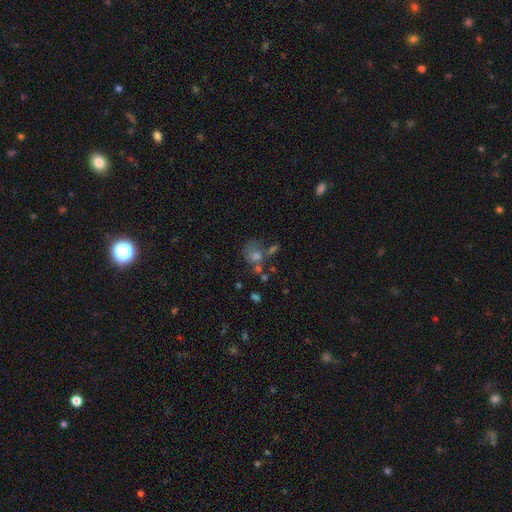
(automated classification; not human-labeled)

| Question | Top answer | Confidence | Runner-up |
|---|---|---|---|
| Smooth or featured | smooth | 53% | featured or disk (25%) |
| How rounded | round | 66% | in between (33%) |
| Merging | none | 41% | merger (26%) |